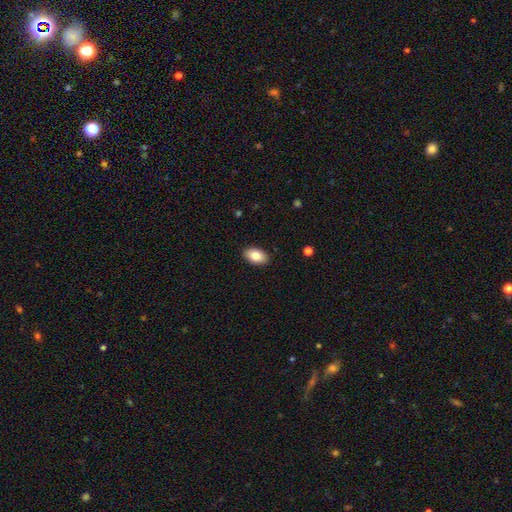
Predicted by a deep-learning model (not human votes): Smooth or featured? smooth (82%)
How rounded? in between (93%)
Merging? none (89%)